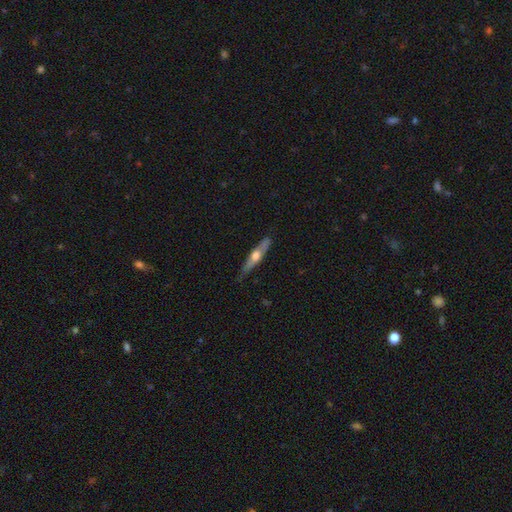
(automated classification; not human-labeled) featured or disk 56%, smooth 39%, star or artifact 5%. Down the decision tree: edge-on disk — yes (90%); edge-on bulge — rounded (91%); merging — none (78%).